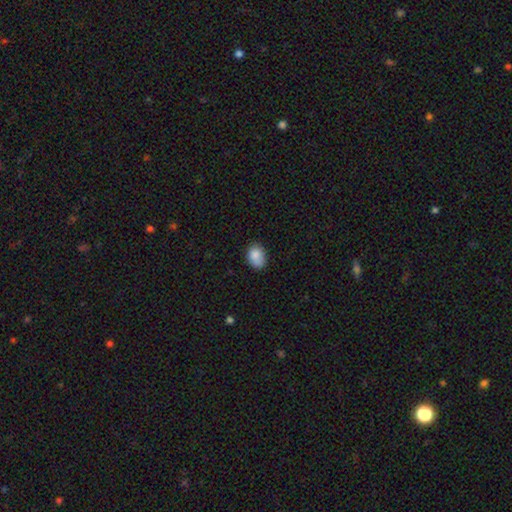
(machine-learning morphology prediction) smooth-or-featured: smooth: 86% | star or artifact: 8% | featured or disk: 6%
  how-rounded: in between: 72% | round: 27% | cigar-shaped: 1%
  merging: none: 71% | minor disturbance: 23% | major disturbance: 4% | merger: 2%